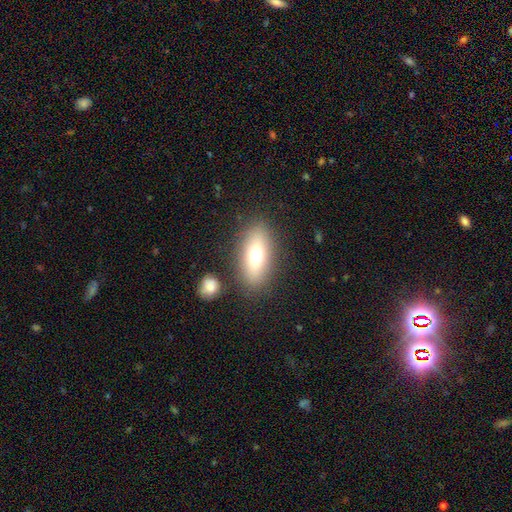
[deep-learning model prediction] Smooth or featured?
  - smooth: 68% *
  - featured or disk: 22%
  - star or artifact: 10%
How rounded?
  - in between: 79% *
  - cigar-shaped: 14%
  - round: 8%
Merging?
  - none: 83% *
  - minor disturbance: 9%
  - major disturbance: 4%
  - merger: 4%